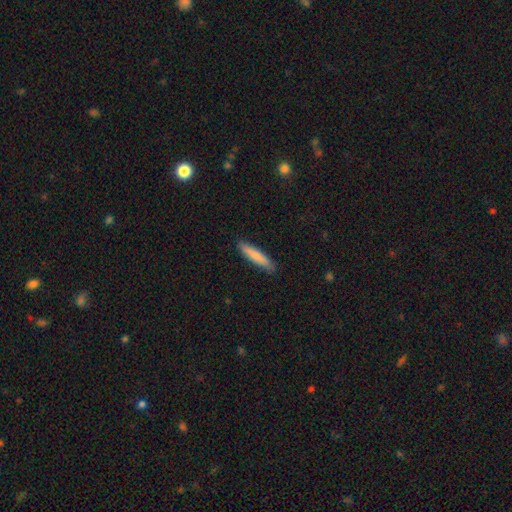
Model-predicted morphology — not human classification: Q: Smooth or featured?
A: smooth (80%); runner-up: featured or disk (15%)
Q: How rounded?
A: cigar-shaped (89%); runner-up: in between (10%)
Q: Merging?
A: none (89%); runner-up: minor disturbance (8%)